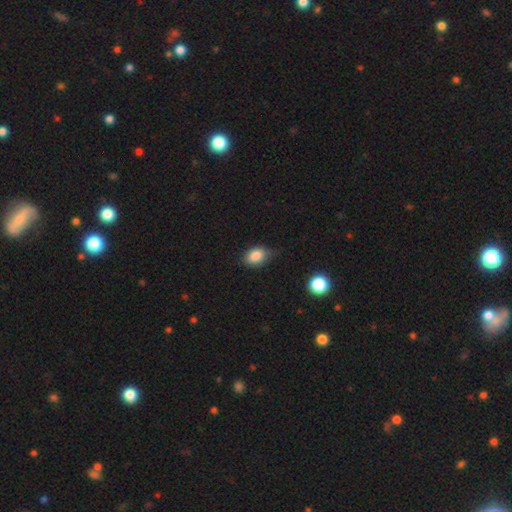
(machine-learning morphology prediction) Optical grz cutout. It shows a smooth galaxy with no disk features (85%) that is in between round and cigar-shaped (78%). Merging: none (63%).